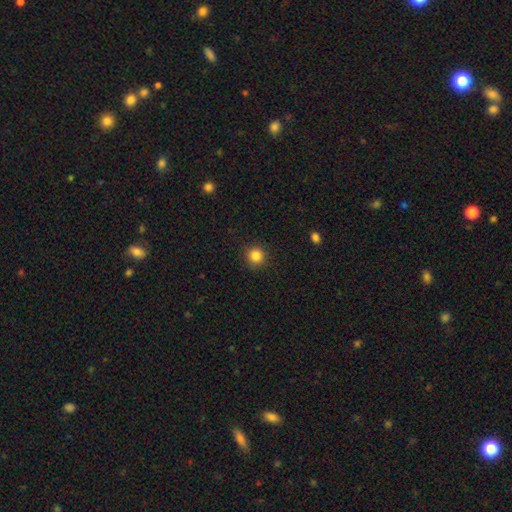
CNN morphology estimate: This is clearly a smooth galaxy (85%). How rounded: clearly round (94%). Merging: clearly none (91%).